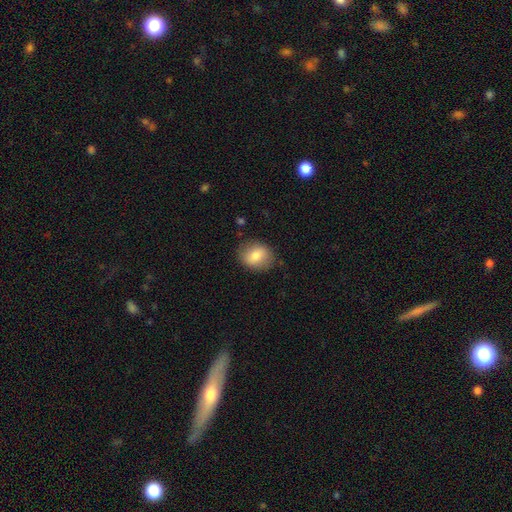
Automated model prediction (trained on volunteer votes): Smooth or featured: smooth — 78% (featured or disk — 14%)
How rounded: round — 55% (in between — 44%)
Merging: none — 83% (minor disturbance — 13%)